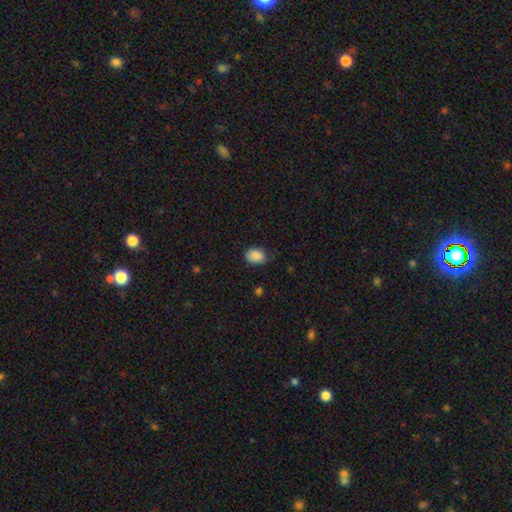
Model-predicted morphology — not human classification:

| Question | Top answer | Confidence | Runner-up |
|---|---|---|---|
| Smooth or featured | smooth | 88% | star or artifact (8%) |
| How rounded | in between | 71% | round (28%) |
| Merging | none | 62% | minor disturbance (30%) |